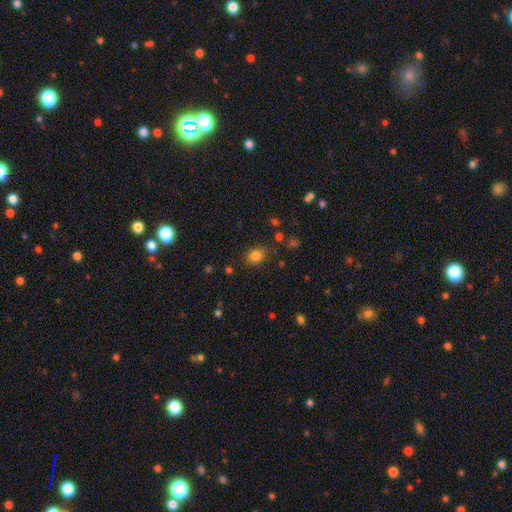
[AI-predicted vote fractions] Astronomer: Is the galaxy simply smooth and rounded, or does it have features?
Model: smooth — 81%.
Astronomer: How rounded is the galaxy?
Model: round — 72%.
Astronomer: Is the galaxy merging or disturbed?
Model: none — 76%.